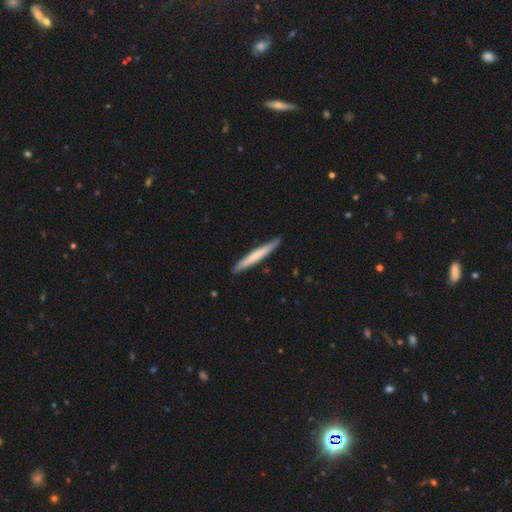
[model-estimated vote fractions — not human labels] smooth-or-featured: smooth: 60% | featured or disk: 35% | star or artifact: 5%
  how-rounded: cigar-shaped: 97% | in between: 2% | round: 1%
  merging: none: 90% | minor disturbance: 7% | major disturbance: 1% | merger: 1%